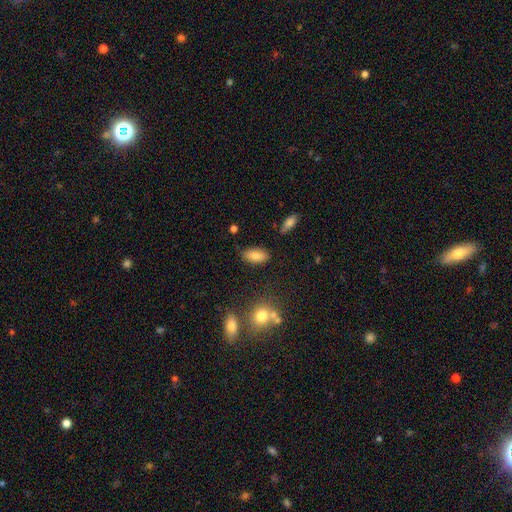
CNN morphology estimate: type=smooth (83%); roundness=in between (92%); merging=none (84%).